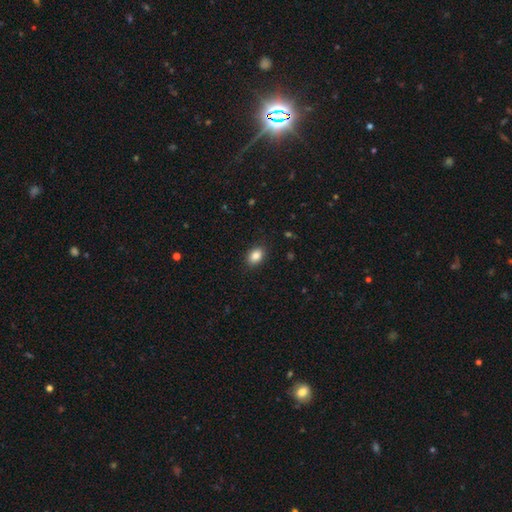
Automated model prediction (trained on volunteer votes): Smooth or featured? smooth (86%)
How rounded? in between (76%)
Merging? none (87%)